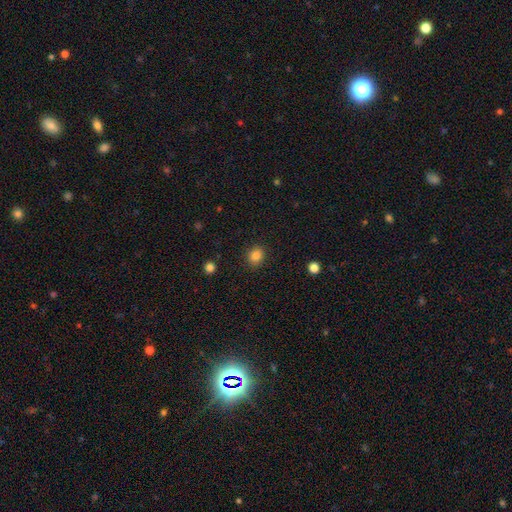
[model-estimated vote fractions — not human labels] Smooth or featured?
  - smooth: 85% *
  - star or artifact: 11%
  - featured or disk: 4%
How rounded?
  - round: 71% *
  - in between: 28%
  - cigar-shaped: 1%
Merging?
  - none: 89% *
  - minor disturbance: 8%
  - major disturbance: 2%
  - merger: 1%